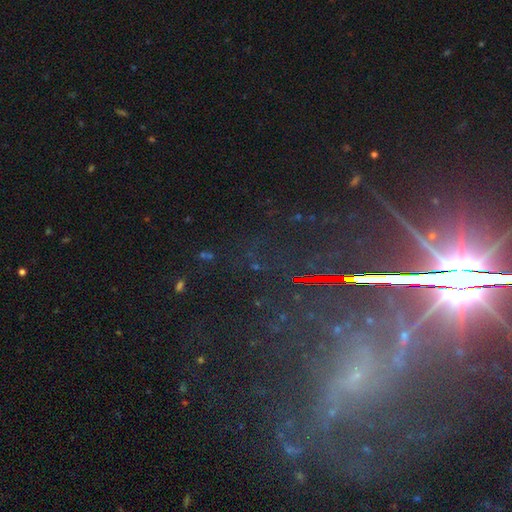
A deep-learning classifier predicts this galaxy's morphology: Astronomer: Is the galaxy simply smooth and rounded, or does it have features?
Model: star or artifact — 70%.